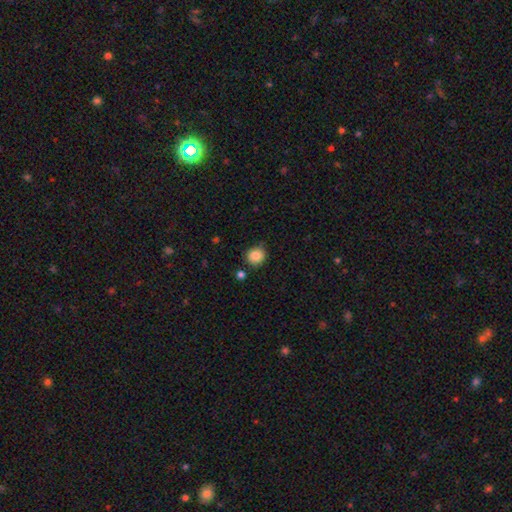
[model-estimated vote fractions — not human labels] Smooth or featured?
  - smooth: 86% *
  - star or artifact: 10%
  - featured or disk: 5%
How rounded?
  - round: 87% *
  - in between: 12%
  - cigar-shaped: 1%
Merging?
  - none: 80% *
  - minor disturbance: 13%
  - merger: 4%
  - major disturbance: 3%